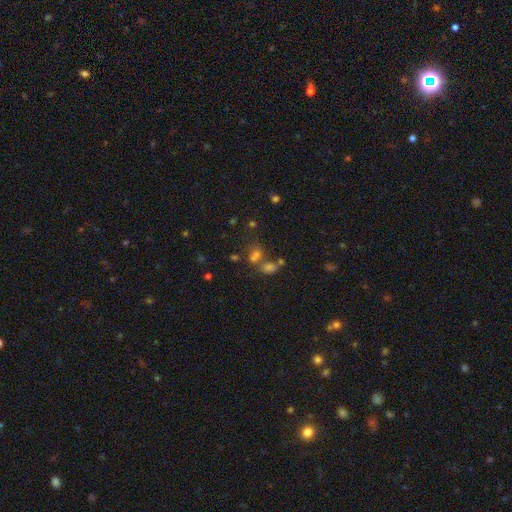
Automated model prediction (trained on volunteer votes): Overall: smooth (52%; star or artifact 33%). How rounded: in between (60%; round 38%). Merging: merger (42%; none 41%).